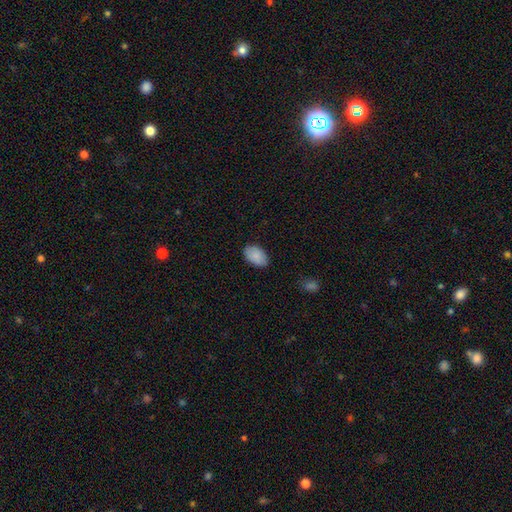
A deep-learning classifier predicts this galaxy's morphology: Q: Smooth or featured?
A: smooth (89%); runner-up: star or artifact (7%)
Q: How rounded?
A: in between (92%); runner-up: round (7%)
Q: Merging?
A: none (86%); runner-up: minor disturbance (11%)